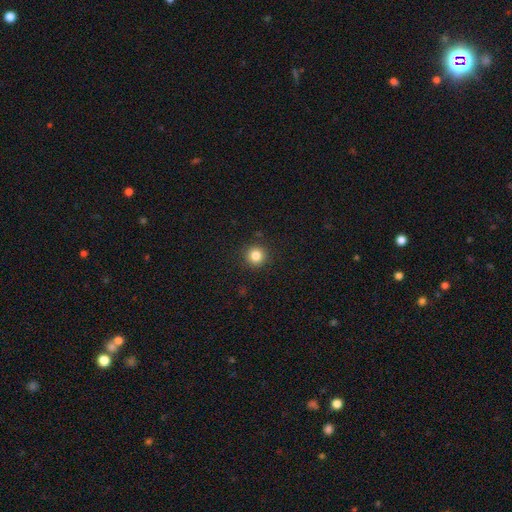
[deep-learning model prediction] Smooth or featured? smooth (83%)
How rounded? round (95%)
Merging? none (92%)